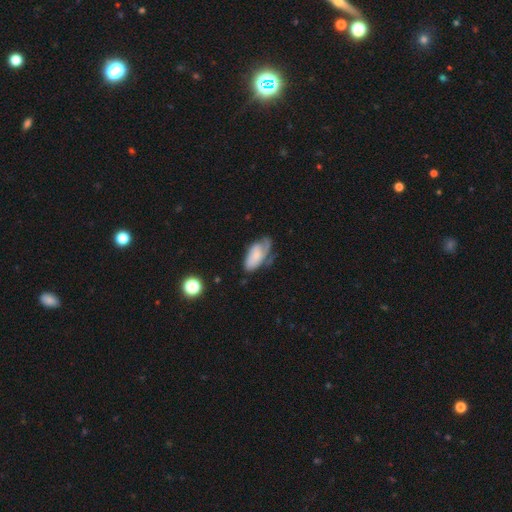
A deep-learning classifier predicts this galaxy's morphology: The model was most divided on "merging": none: 40%, minor disturbance: 33%, major disturbance: 22%, merger: 4%. More confident: how rounded — in between (90%); smooth or featured — smooth (51%).